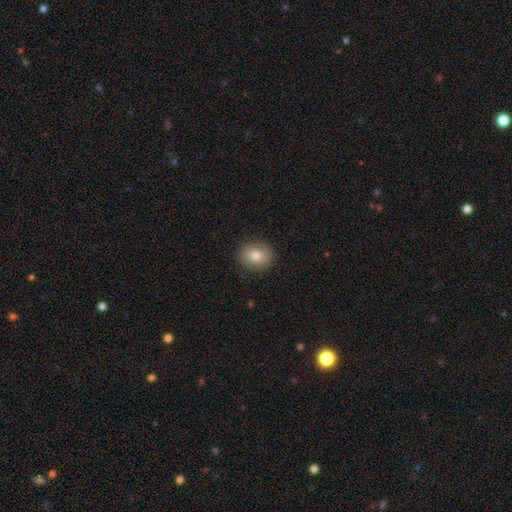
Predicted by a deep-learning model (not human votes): Smooth or featured? Predicted: smooth (p=0.79). How rounded? Predicted: round (p=0.75). Merging? Predicted: none (p=0.89).